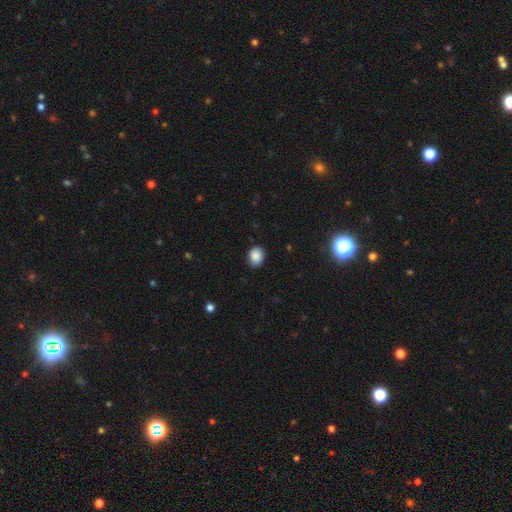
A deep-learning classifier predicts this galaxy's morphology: Smooth or featured?
  - smooth: 88% *
  - star or artifact: 9%
  - featured or disk: 3%
How rounded?
  - round: 51% *
  - in between: 48%
  - cigar-shaped: 1%
Merging?
  - none: 86% *
  - minor disturbance: 11%
  - major disturbance: 2%
  - merger: 1%